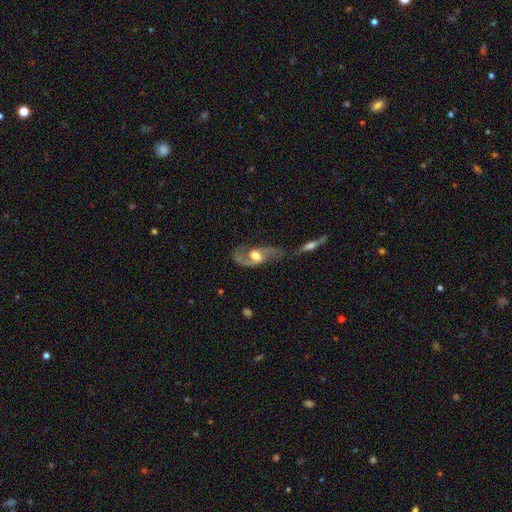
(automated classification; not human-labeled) Overall: featured or disk (77%). Edge-on disk: no (91%). Bar: no (54%; weak 36%). Spiral arms: yes (88%). Spiral arm count: 2 (81%). Spiral winding: loose (54%; medium 36%). Bulge size: moderate (61%; large 29%). Merging: none (41%; major disturbance 23%).